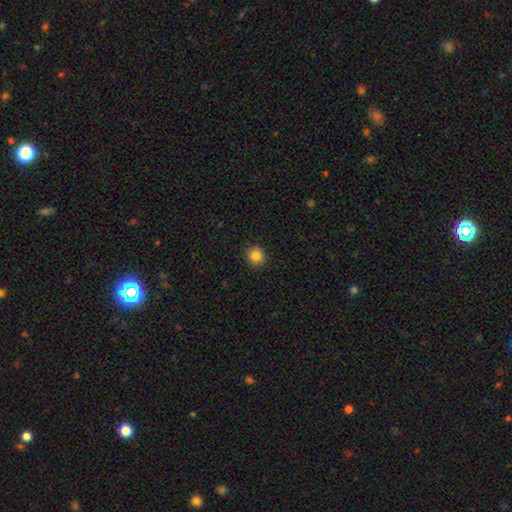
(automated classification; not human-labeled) The model was most divided on "smooth or featured": smooth: 86%, star or artifact: 10%, featured or disk: 4%. More confident: merging — none (91%); how rounded — round (91%).